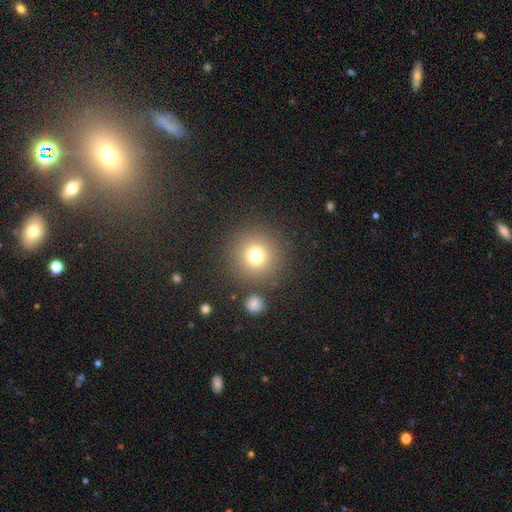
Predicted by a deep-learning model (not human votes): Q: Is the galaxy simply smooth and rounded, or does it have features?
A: smooth — 74%.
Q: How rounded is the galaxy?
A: round — 95%.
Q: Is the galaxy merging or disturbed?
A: none — 86%.